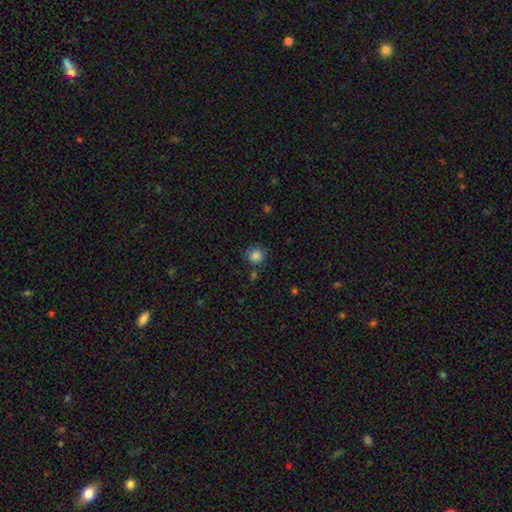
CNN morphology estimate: Smooth or featured: smooth — 85% (star or artifact — 11%)
How rounded: round — 91% (in between — 8%)
Merging: none — 76% (minor disturbance — 15%)